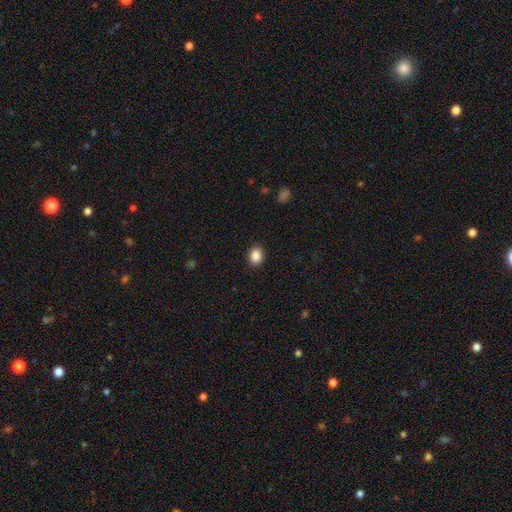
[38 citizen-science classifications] A smooth galaxy with no disk features (92%) that is in between round and cigar-shaped (51%).

Vote fractions:
- Smooth or featured? smooth: 92% / star or artifact: 8% / featured or disk: 0%
- How rounded? in between: 51% / round: 46% / cigar-shaped: 3%
- Merging? none: 89% / minor disturbance: 6% / major disturbance: 6% / merger: 0%